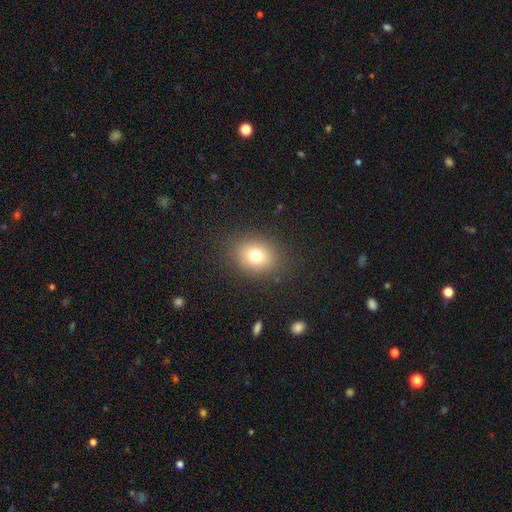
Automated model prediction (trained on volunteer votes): Morphology: type=smooth (75%); roundness=in between (50%); merging=none (86%).